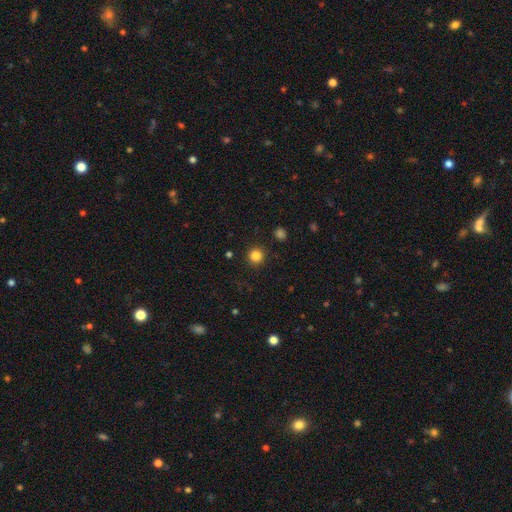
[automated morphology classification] Smooth or featured: smooth — 84% (star or artifact — 12%)
How rounded: round — 95% (in between — 4%)
Merging: none — 91% (minor disturbance — 5%)